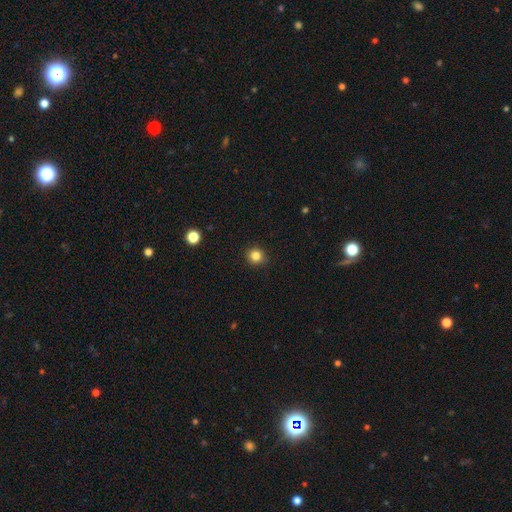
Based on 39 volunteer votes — This is clearly a smooth galaxy (82%). How rounded: clearly round (94%). Merging: clearly none (100%).